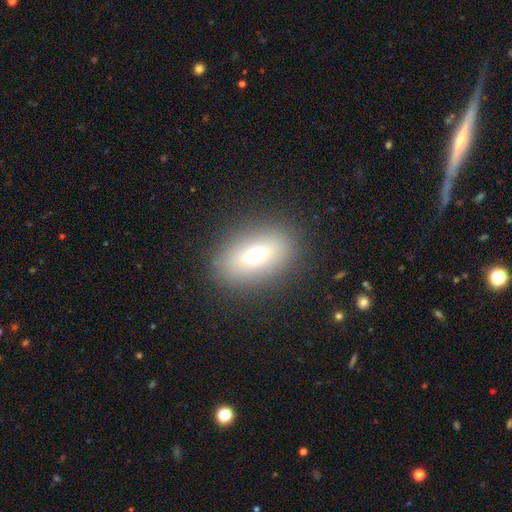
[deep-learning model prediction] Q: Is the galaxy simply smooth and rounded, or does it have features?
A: smooth — 61%.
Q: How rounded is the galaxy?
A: in between — 73%.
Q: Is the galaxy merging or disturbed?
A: none — 85%.